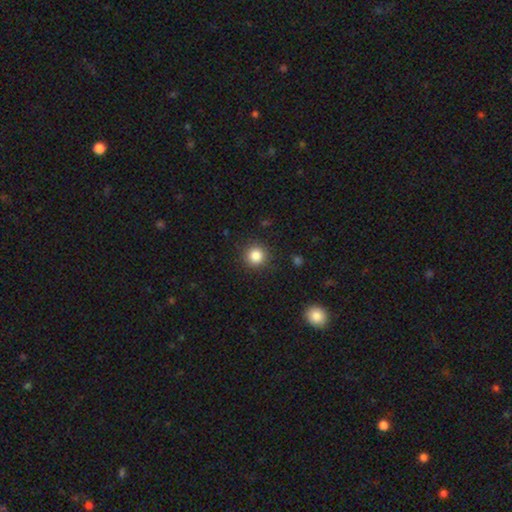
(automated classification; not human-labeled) Q: Smooth or featured?
A: smooth (85%); runner-up: star or artifact (11%)
Q: How rounded?
A: round (94%); runner-up: in between (5%)
Q: Merging?
A: none (89%); runner-up: minor disturbance (7%)